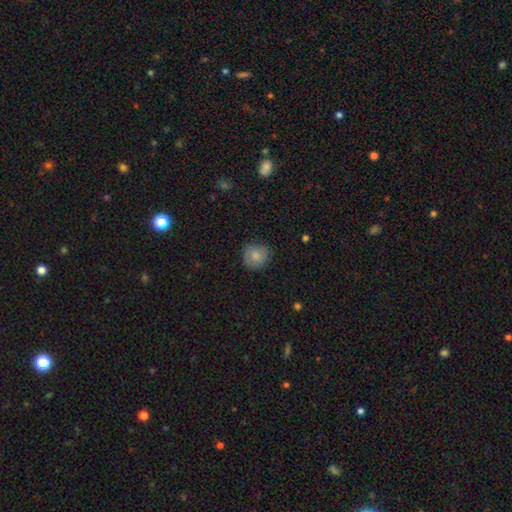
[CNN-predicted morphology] The model was most divided on "merging": none: 79%, minor disturbance: 16%, major disturbance: 3%, merger: 1%. More confident: how rounded — round (88%); smooth or featured — smooth (82%).